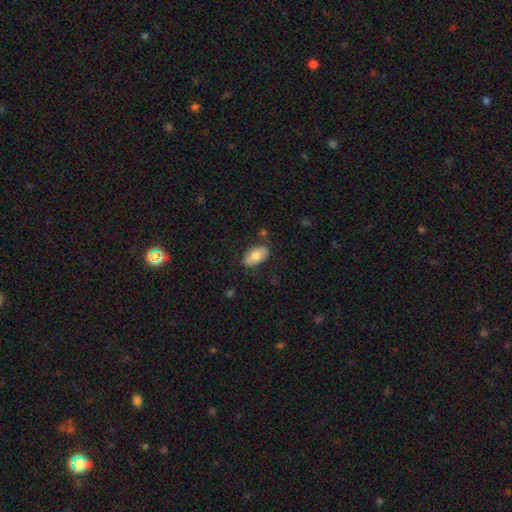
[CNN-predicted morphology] Smooth or featured?
  - smooth: 77% *
  - featured or disk: 17%
  - star or artifact: 6%
How rounded?
  - in between: 93% *
  - round: 4%
  - cigar-shaped: 2%
Merging?
  - none: 77% *
  - minor disturbance: 16%
  - major disturbance: 4%
  - merger: 3%